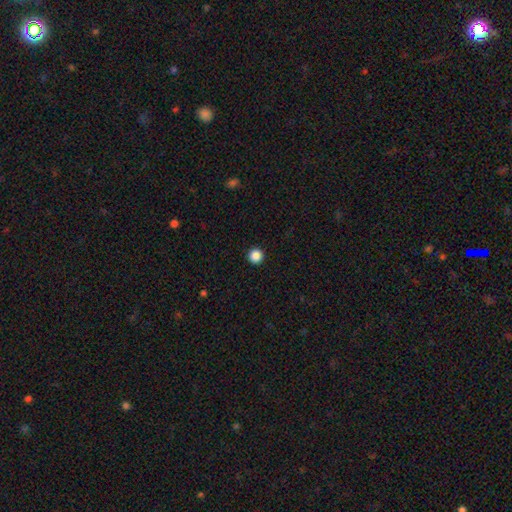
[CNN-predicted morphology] A smooth galaxy with no disk features (87%) that is round (97%). Merging: none (94%).